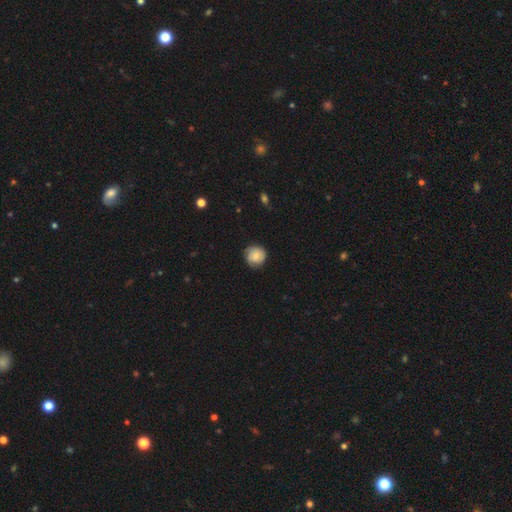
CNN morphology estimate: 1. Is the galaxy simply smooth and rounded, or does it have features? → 69% smooth, 24% featured or disk, 8% star or artifact.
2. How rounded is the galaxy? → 92% round, 7% in between, 1% cigar-shaped.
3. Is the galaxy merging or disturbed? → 78% none, 17% minor disturbance, 3% major disturbance, 1% merger.